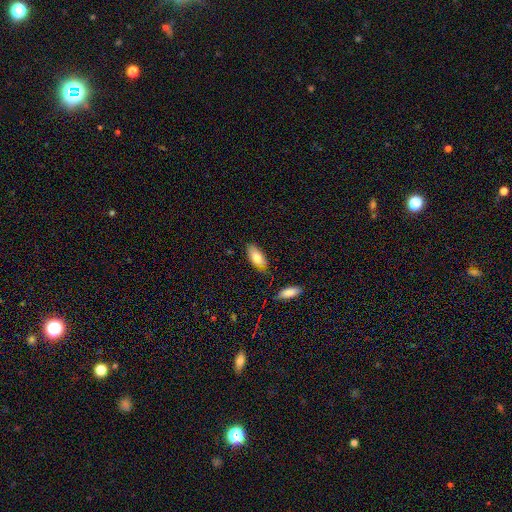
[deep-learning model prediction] Smooth or featured?
  - smooth: 80% *
  - featured or disk: 14%
  - star or artifact: 7%
How rounded?
  - in between: 87% *
  - cigar-shaped: 10%
  - round: 2%
Merging?
  - none: 72% *
  - minor disturbance: 20%
  - merger: 4%
  - major disturbance: 4%